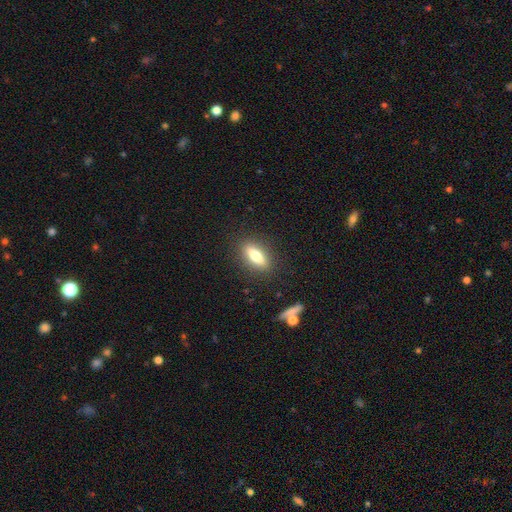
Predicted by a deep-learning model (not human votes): The model was most divided on "how rounded": in between: 57%, cigar-shaped: 39%, round: 4%. More confident: merging — none (86%); smooth or featured — smooth (65%).